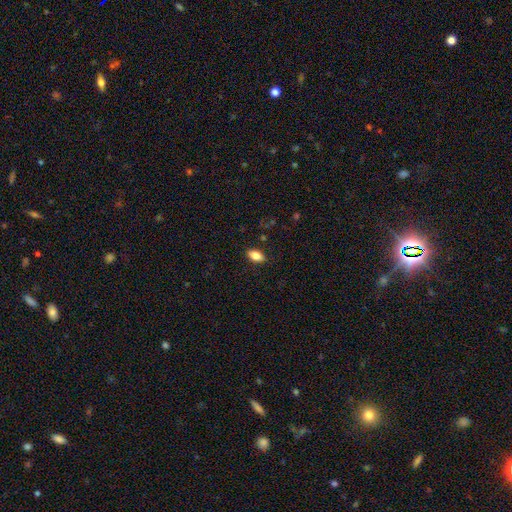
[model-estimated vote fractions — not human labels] smooth-or-featured: smooth: 81% | featured or disk: 11% | star or artifact: 8%
  how-rounded: in between: 90% | cigar-shaped: 6% | round: 4%
  merging: none: 88% | minor disturbance: 9% | major disturbance: 2% | merger: 1%